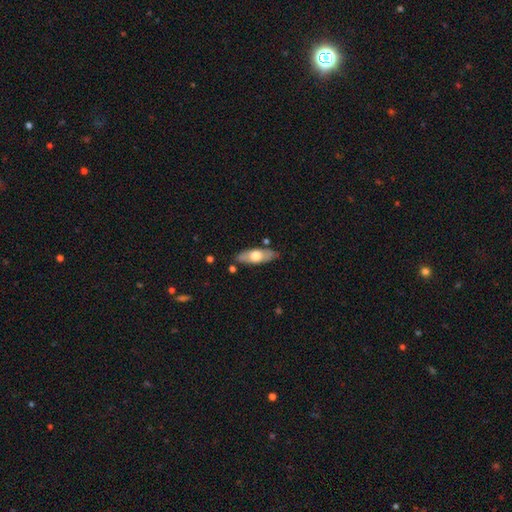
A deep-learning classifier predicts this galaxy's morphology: The model was most divided on "smooth or featured": smooth: 56%, featured or disk: 39%, star or artifact: 5%. More confident: merging — none (81%); how rounded — in between (71%).